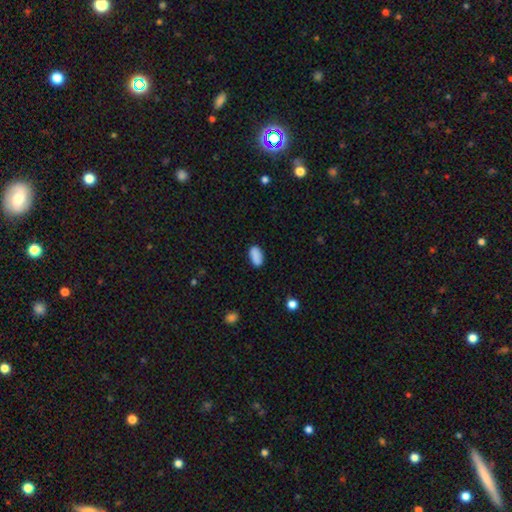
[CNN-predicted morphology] The model was most divided on "merging": none: 83%, minor disturbance: 12%, major disturbance: 3%, merger: 2%. More confident: how rounded — in between (92%); smooth or featured — smooth (88%).